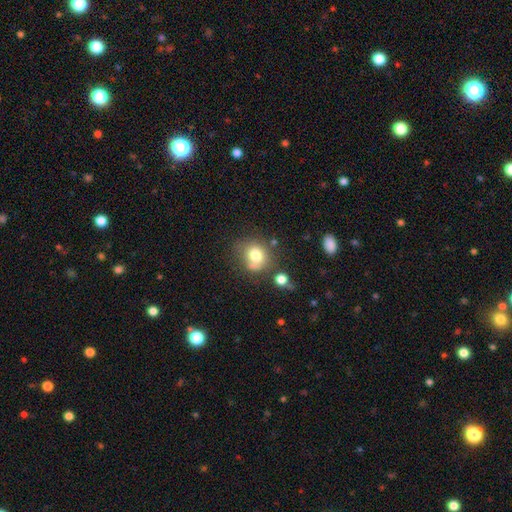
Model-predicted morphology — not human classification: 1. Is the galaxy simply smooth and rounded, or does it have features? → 76% smooth, 13% featured or disk, 11% star or artifact.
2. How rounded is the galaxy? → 67% round, 32% in between, 1% cigar-shaped.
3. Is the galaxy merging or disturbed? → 55% none, 22% minor disturbance, 15% merger, 9% major disturbance.